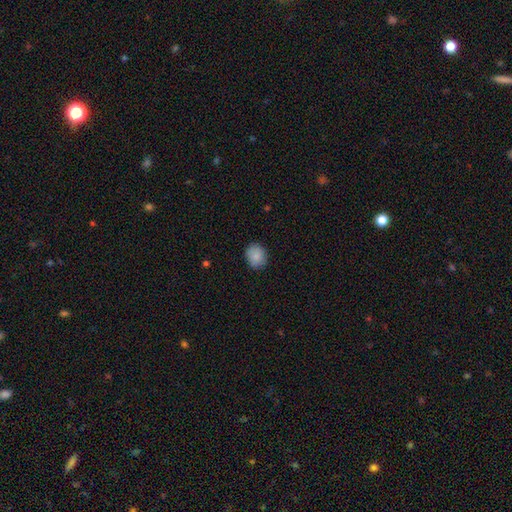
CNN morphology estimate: smooth-or-featured: smooth: 88% | star or artifact: 8% | featured or disk: 4%
  how-rounded: round: 62% | in between: 37% | cigar-shaped: 1%
  merging: none: 86% | minor disturbance: 11% | major disturbance: 2% | merger: 1%